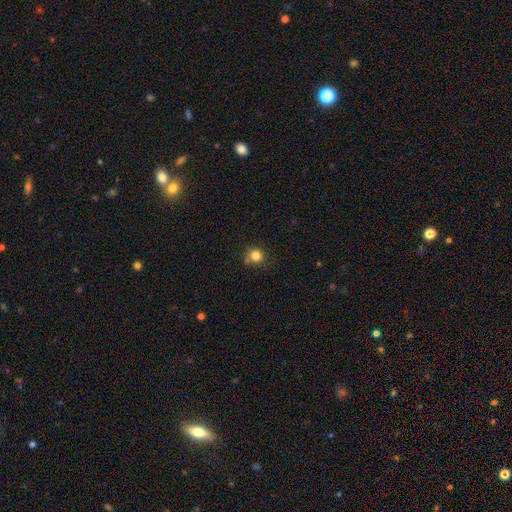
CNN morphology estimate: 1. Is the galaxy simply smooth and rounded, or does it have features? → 82% smooth, 12% star or artifact, 6% featured or disk.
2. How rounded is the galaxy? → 89% round, 11% in between, 1% cigar-shaped.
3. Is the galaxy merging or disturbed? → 71% none, 17% minor disturbance, 7% merger, 4% major disturbance.